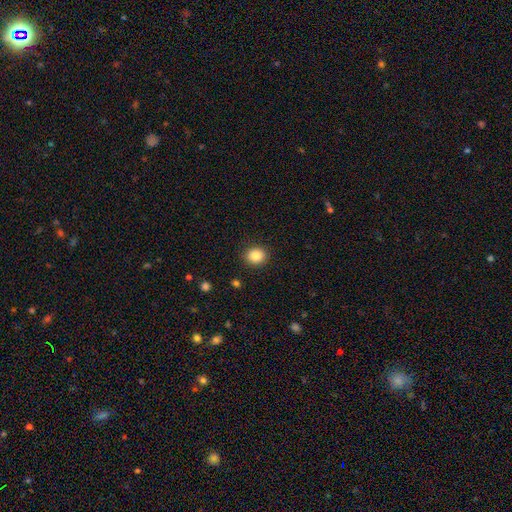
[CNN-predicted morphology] Q: Smooth or featured?
A: smooth (85%); runner-up: star or artifact (9%)
Q: How rounded?
A: round (73%); runner-up: in between (26%)
Q: Merging?
A: none (90%); runner-up: minor disturbance (7%)